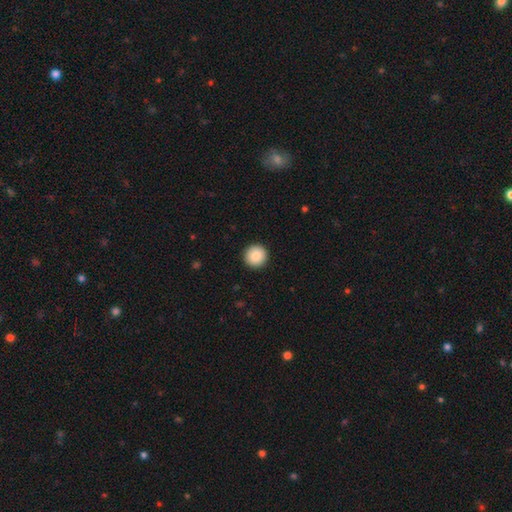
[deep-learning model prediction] A smooth galaxy with no disk features (88%) that is round (96%). Merging: none (93%).